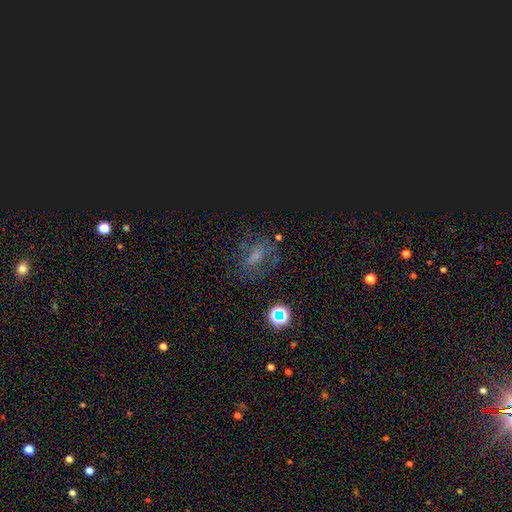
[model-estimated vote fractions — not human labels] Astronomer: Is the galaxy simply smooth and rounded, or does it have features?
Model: star or artifact — 36% (runner-up: smooth, 34%).